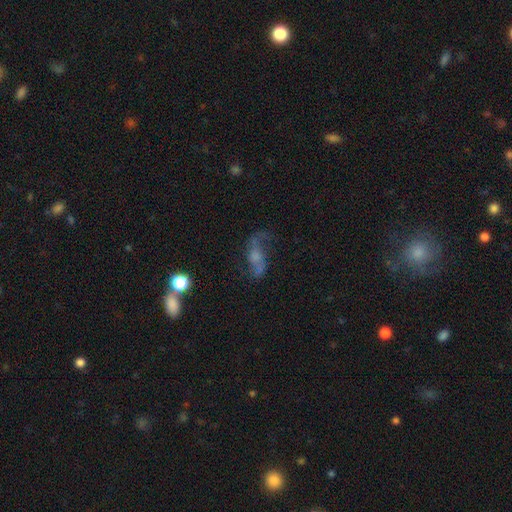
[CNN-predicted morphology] Smooth or featured? featured or disk (66%)
Edge-on disk? no (90%)
Bar? no (58%)
Spiral arms? yes (85%)
Spiral winding? loose (78%)
Spiral arm count? 2 (88%)
Bulge size? moderate (32%)
Merging? none (57%)